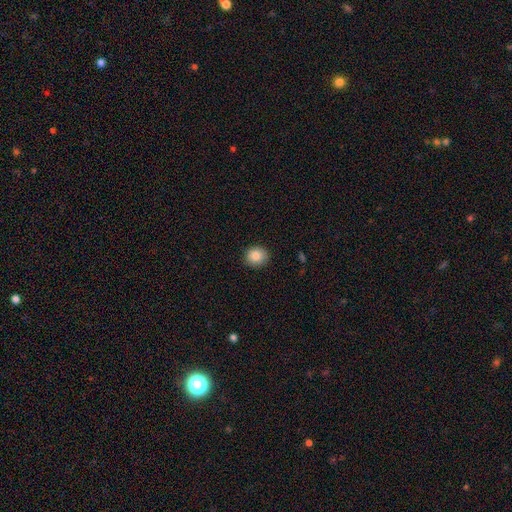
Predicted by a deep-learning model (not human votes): This is clearly a smooth galaxy (86%). How rounded: likely round (78%). Merging: clearly none (88%).